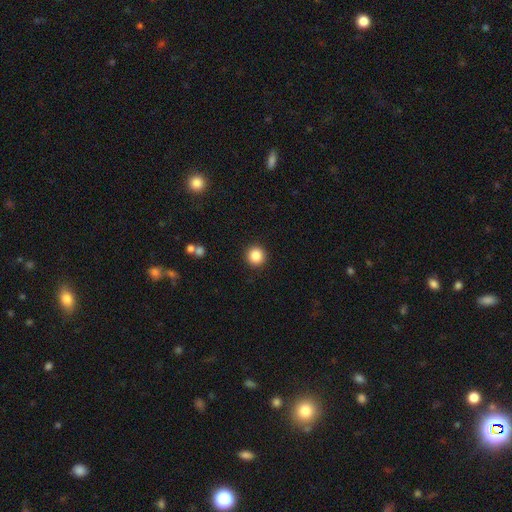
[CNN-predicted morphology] Smooth or featured: smooth — 87% (star or artifact — 10%)
How rounded: round — 95% (in between — 4%)
Merging: none — 92% (minor disturbance — 5%)